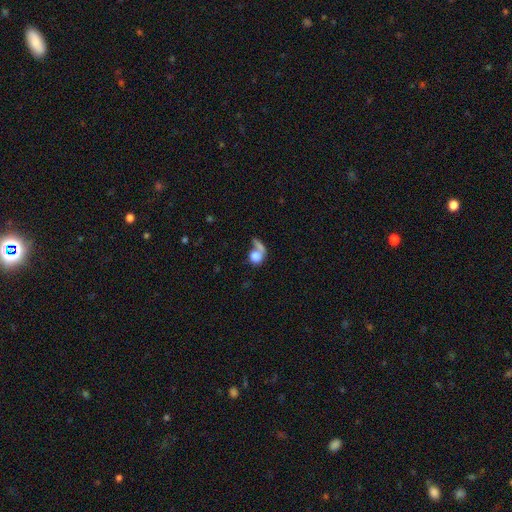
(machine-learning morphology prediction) Smooth or featured: smooth — 74% (featured or disk — 17%)
How rounded: round — 63% (in between — 34%)
Merging: merger — 44% (none — 29%)